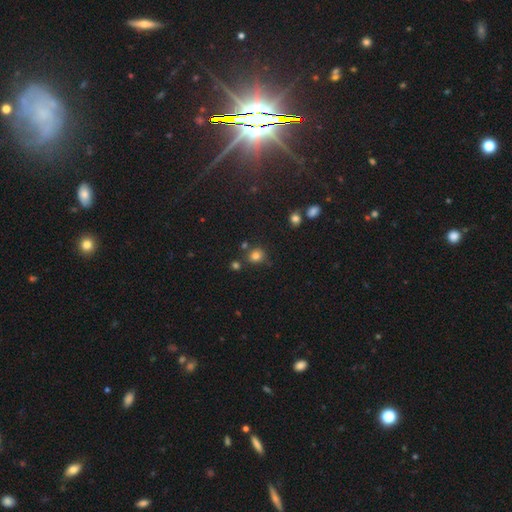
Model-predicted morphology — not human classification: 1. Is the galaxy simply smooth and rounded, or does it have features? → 79% smooth, 15% star or artifact, 6% featured or disk.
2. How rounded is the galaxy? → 85% round, 14% in between, 1% cigar-shaped.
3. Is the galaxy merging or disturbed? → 76% none, 12% minor disturbance, 9% merger, 3% major disturbance.